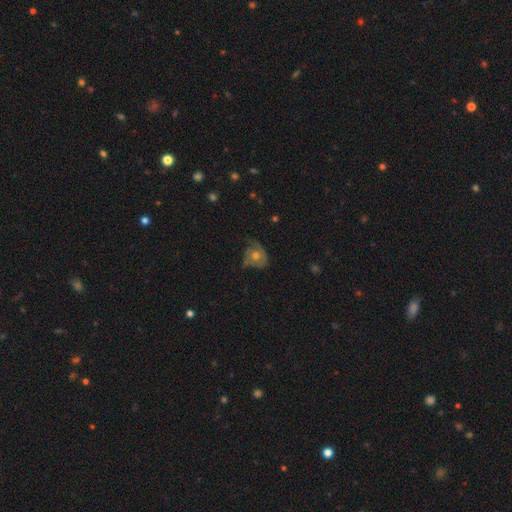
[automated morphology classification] Smooth or featured? featured or disk (52%)
Edge-on disk? no (96%)
Merging? none (47%)